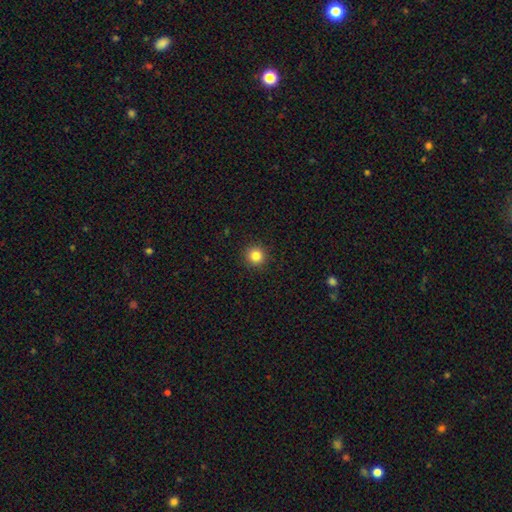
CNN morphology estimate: Smooth or featured? smooth (84%)
How rounded? round (94%)
Merging? none (93%)